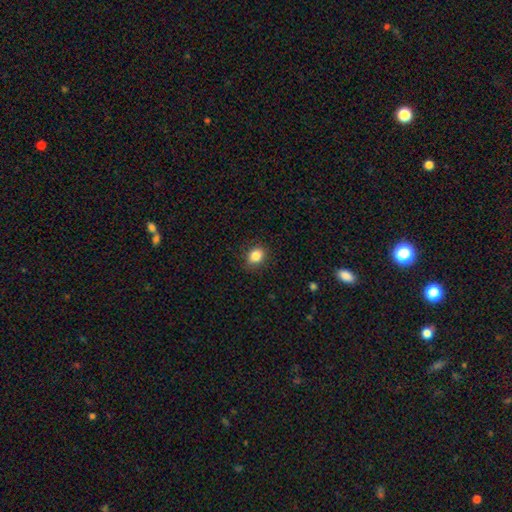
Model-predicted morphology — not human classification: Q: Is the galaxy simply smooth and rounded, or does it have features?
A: smooth — 86%.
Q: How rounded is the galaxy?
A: in between — 50%.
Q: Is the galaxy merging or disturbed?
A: none — 86%.